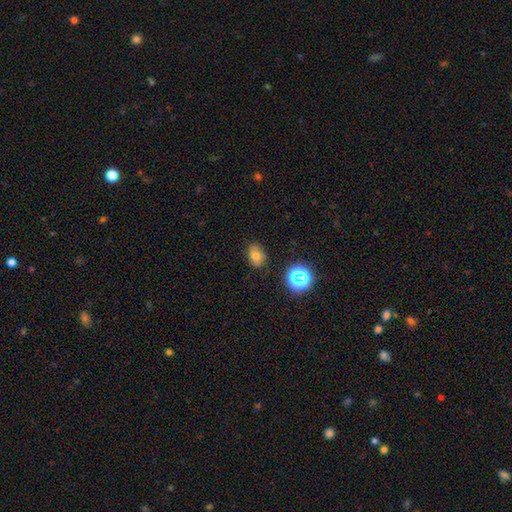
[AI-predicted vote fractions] smooth 70%, star or artifact 17%, featured or disk 13%. Down the decision tree: how rounded — in between (73%); merging — none (79%).